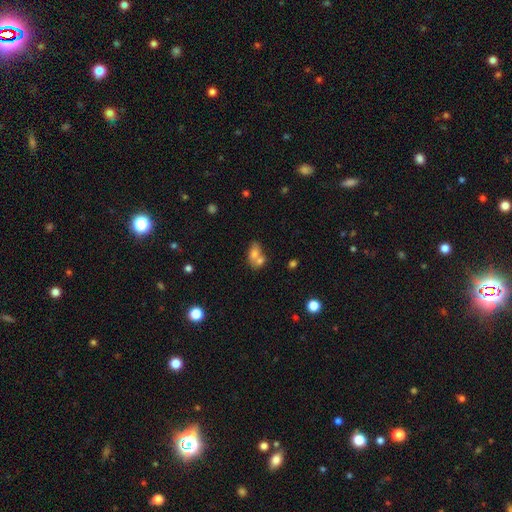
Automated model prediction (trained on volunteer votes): smooth_or_featured: smooth (p=0.68) [alt: featured or disk p=0.21]
how_rounded: in between (p=0.74) [alt: round p=0.23]
merging: merger (p=0.62) [alt: none p=0.25]